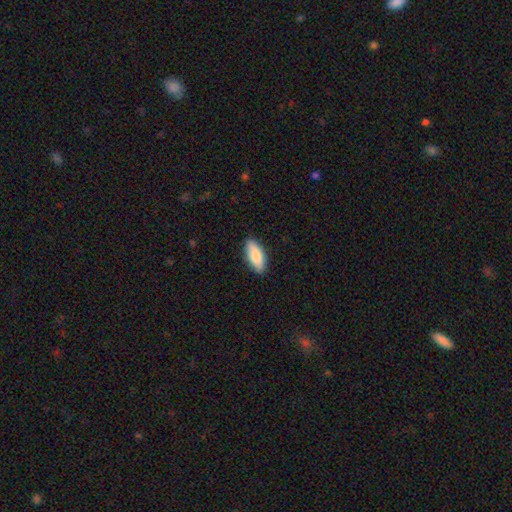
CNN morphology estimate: Q: Smooth or featured?
A: smooth (83%); runner-up: featured or disk (11%)
Q: How rounded?
A: in between (83%); runner-up: cigar-shaped (15%)
Q: Merging?
A: none (87%); runner-up: minor disturbance (10%)